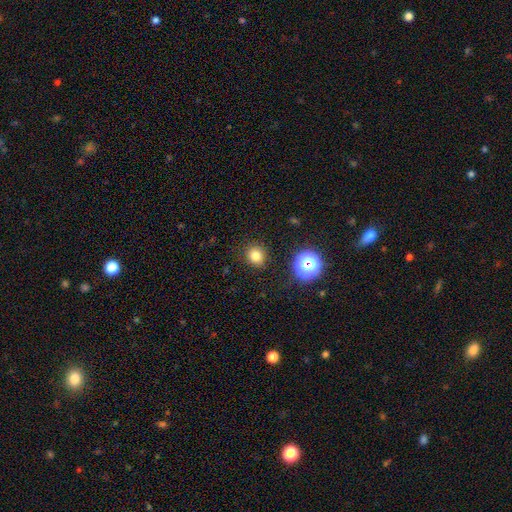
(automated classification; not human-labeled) Smooth or featured? Predicted: smooth (p=0.79). How rounded? Predicted: round (p=0.83). Merging? Predicted: none (p=0.89).